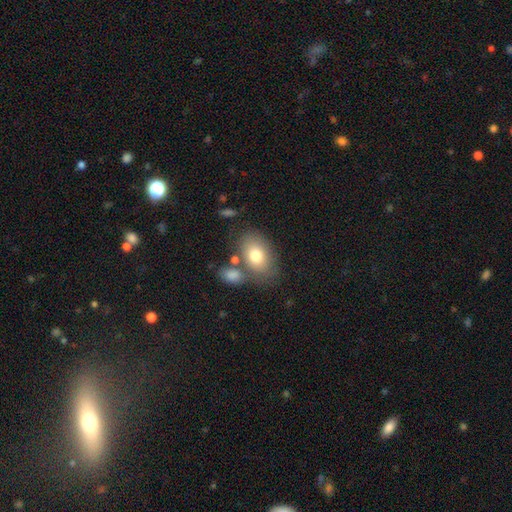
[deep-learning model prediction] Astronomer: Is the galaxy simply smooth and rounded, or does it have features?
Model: smooth — 76%.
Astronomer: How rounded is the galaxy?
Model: in between — 84%.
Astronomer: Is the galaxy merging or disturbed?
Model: none — 65%.